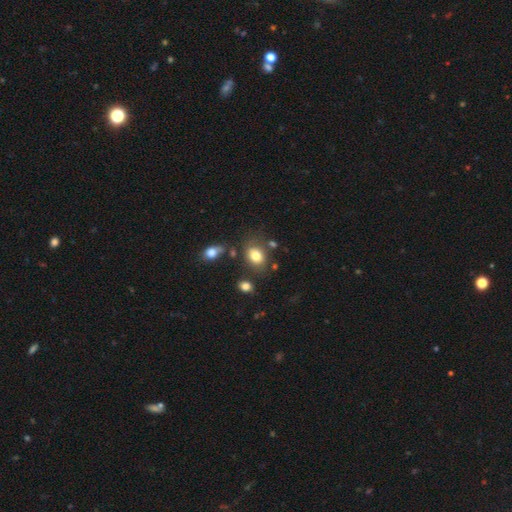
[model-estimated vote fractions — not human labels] Smooth or featured? smooth (79%)
How rounded? in between (63%)
Merging? none (72%)